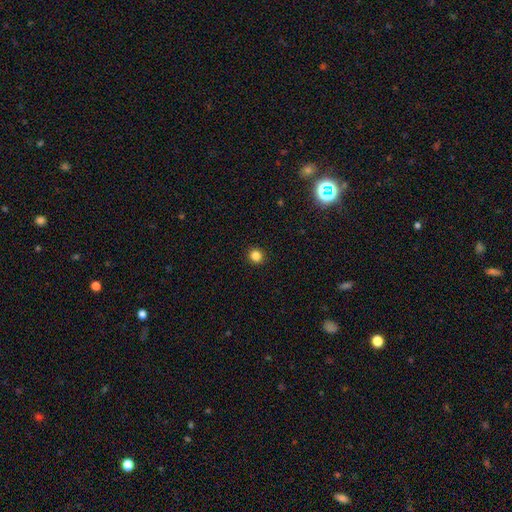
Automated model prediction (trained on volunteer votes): smooth-or-featured: smooth: 84% | star or artifact: 12% | featured or disk: 3%
  how-rounded: round: 89% | in between: 10% | cigar-shaped: 1%
  merging: none: 93% | minor disturbance: 5% | major disturbance: 2% | merger: 1%